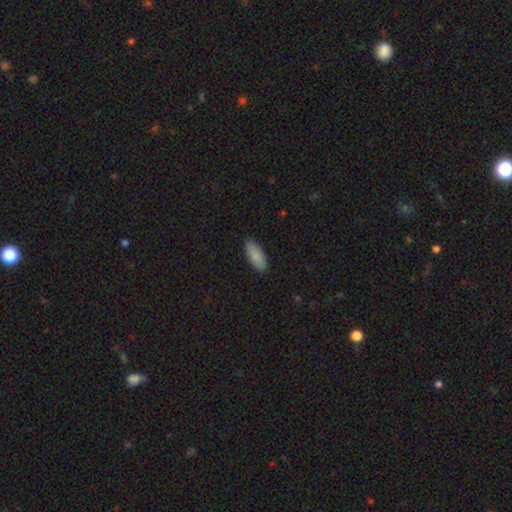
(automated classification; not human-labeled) This is clearly a smooth galaxy (89%). How rounded: likely in between (79%). Merging: clearly none (89%).